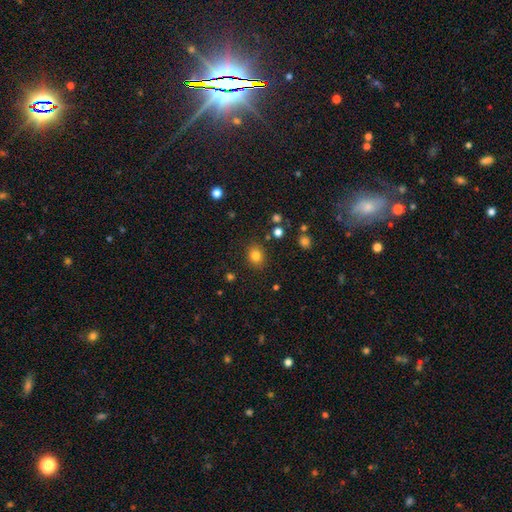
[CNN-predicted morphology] Smooth or featured: smooth — 81% (star or artifact — 13%)
How rounded: round — 63% (in between — 36%)
Merging: none — 86% (minor disturbance — 9%)